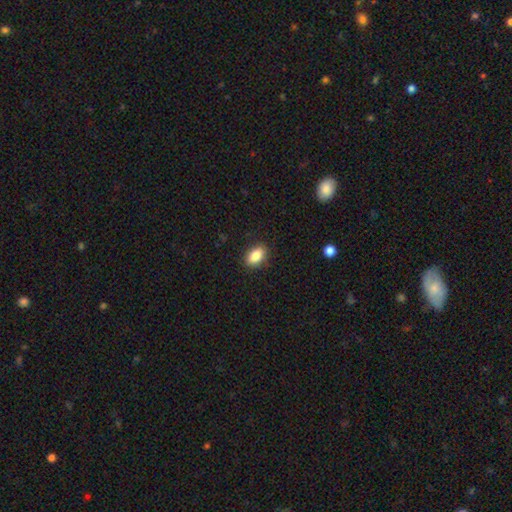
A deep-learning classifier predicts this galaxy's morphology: Smooth or featured: smooth — 86% (star or artifact — 8%)
How rounded: in between — 89% (round — 9%)
Merging: none — 89% (minor disturbance — 8%)